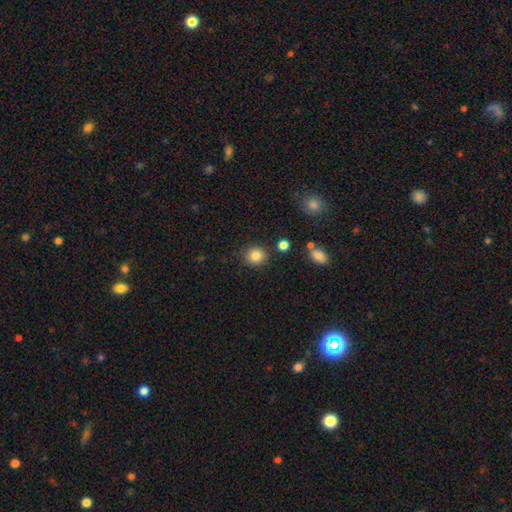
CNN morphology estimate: Smooth or featured: smooth — 85% (star or artifact — 10%)
How rounded: round — 86% (in between — 13%)
Merging: none — 88% (minor disturbance — 7%)